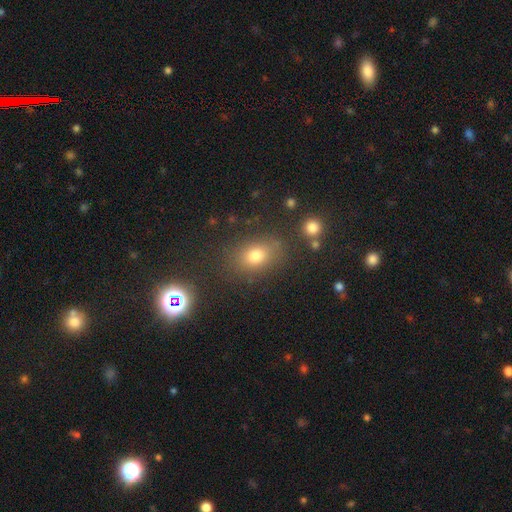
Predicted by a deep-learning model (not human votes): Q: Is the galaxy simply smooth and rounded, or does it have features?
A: smooth — 73%.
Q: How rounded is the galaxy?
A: in between — 65%.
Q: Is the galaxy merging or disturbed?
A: none — 79%.